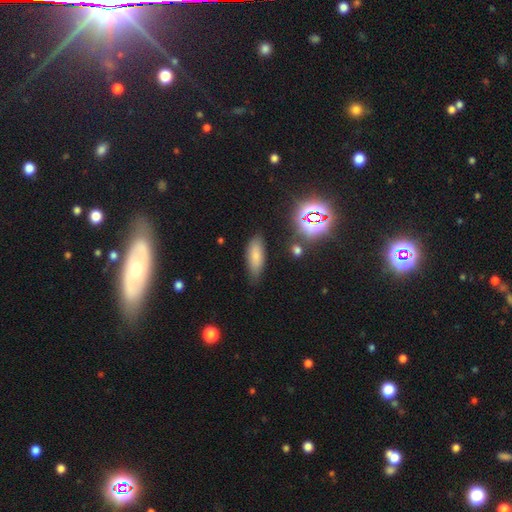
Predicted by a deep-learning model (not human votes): Q: Smooth or featured?
A: smooth (76%); runner-up: star or artifact (12%)
Q: How rounded?
A: in between (73%); runner-up: cigar-shaped (24%)
Q: Merging?
A: none (78%); runner-up: minor disturbance (16%)